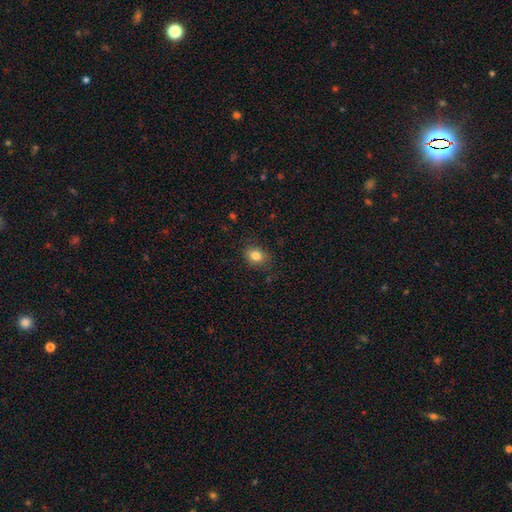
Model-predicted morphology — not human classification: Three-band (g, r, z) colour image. It shows a smooth galaxy with no disk features (83%) that is in between round and cigar-shaped (53%). Merging: none (81%).